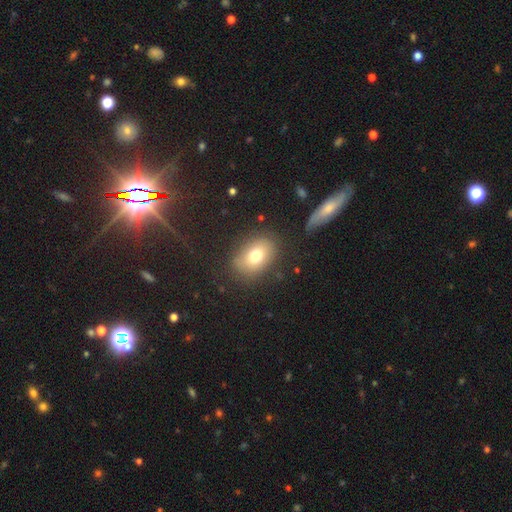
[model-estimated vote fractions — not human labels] Smooth or featured?
  - smooth: 75% *
  - featured or disk: 15%
  - star or artifact: 10%
How rounded?
  - in between: 76% *
  - round: 23%
  - cigar-shaped: 1%
Merging?
  - none: 80% *
  - minor disturbance: 13%
  - major disturbance: 5%
  - merger: 2%